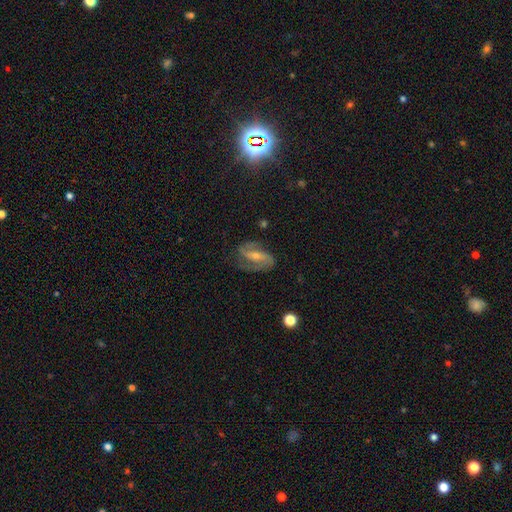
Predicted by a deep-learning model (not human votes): A featured or disk galaxy (80%) with a strong bar (39%), 2 (86%) medium (47%) spiral arms (94%) and a small central bulge (54%).

Vote fractions:
- Smooth or featured? featured or disk: 80% / smooth: 13% / star or artifact: 7%
- Edge-on disk? no: 96% / yes: 4%
- Bar? strong: 39% / weak: 37% / no: 24%
- Spiral arms? yes: 94% / no: 6%
- Spiral winding? medium: 47% / loose: 29% / tight: 24%
- Spiral arm count? 2: 86% / can't tell: 6% / 1: 4% / 3: 3% / 4: 1% / more than 4: 1%
- Bulge size? small: 54% / moderate: 39% / none: 4% / large: 2% / dominant: 1%
- Merging? none: 69% / minor disturbance: 19% / major disturbance: 10% / merger: 2%